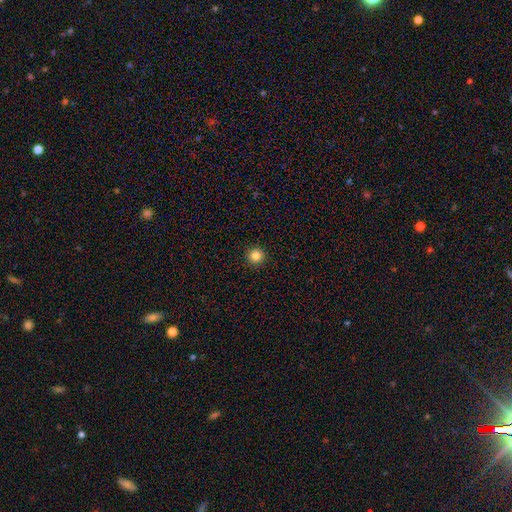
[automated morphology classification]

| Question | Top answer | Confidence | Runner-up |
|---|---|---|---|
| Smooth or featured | smooth | 84% | star or artifact (12%) |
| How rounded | round | 96% | in between (3%) |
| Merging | none | 94% | minor disturbance (4%) |